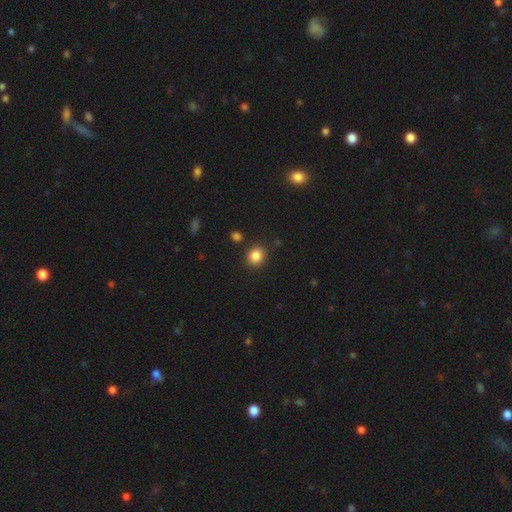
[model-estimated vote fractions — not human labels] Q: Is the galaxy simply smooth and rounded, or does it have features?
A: smooth — 86%.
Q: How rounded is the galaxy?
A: round — 80%.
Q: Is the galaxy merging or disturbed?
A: none — 87%.